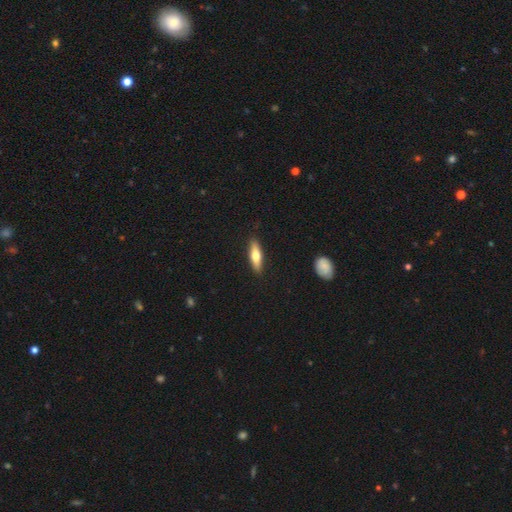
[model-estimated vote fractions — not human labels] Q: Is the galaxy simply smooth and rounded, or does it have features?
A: smooth — 61%.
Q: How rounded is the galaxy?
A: cigar-shaped — 64%.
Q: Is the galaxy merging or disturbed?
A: none — 89%.